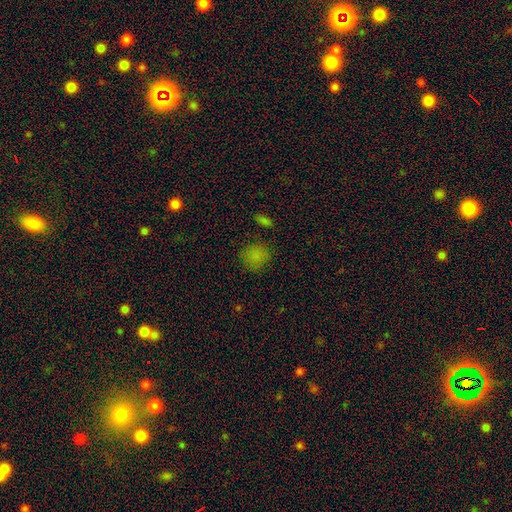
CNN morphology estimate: smooth-or-featured: smooth: 78% | star or artifact: 16% | featured or disk: 5%
  how-rounded: round: 86% | in between: 13% | cigar-shaped: 1%
  merging: none: 82% | minor disturbance: 12% | major disturbance: 4% | merger: 2%